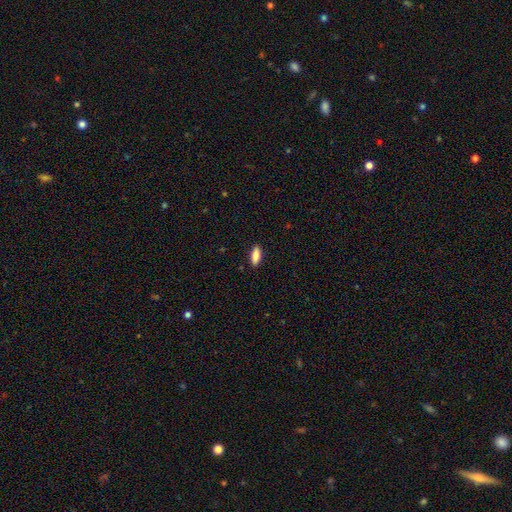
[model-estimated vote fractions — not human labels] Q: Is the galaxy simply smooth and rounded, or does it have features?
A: smooth — 87%.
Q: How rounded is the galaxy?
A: in between — 68%.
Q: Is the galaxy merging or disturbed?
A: none — 90%.